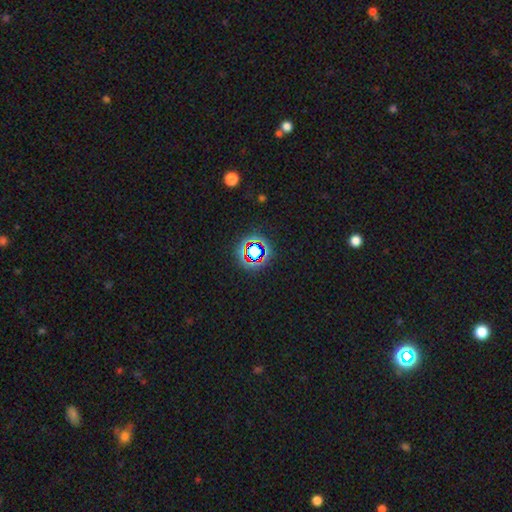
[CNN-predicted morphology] Smooth or featured?
  - star or artifact: 68% *
  - smooth: 20%
  - featured or disk: 12%